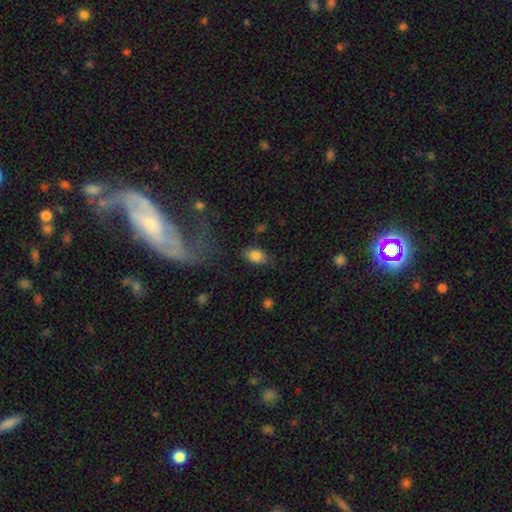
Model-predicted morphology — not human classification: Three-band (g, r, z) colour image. It shows a smooth galaxy with no disk features (84%) that is in between round and cigar-shaped (87%). Merging: none (80%).